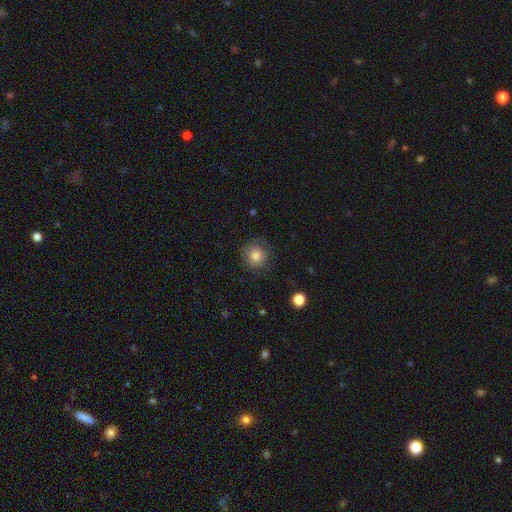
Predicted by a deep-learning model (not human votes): A smooth galaxy with no disk features (83%) that is round (92%). Merging: none (78%).